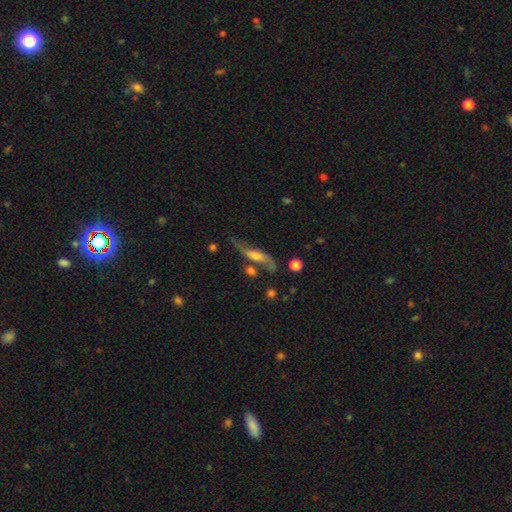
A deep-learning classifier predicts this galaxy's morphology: Smooth or featured?
  - featured or disk: 60% *
  - smooth: 31%
  - star or artifact: 9%
Edge-on disk?
  - no: 61% *
  - yes: 39%
Merging?
  - none: 47% *
  - minor disturbance: 23%
  - major disturbance: 16%
  - merger: 14%